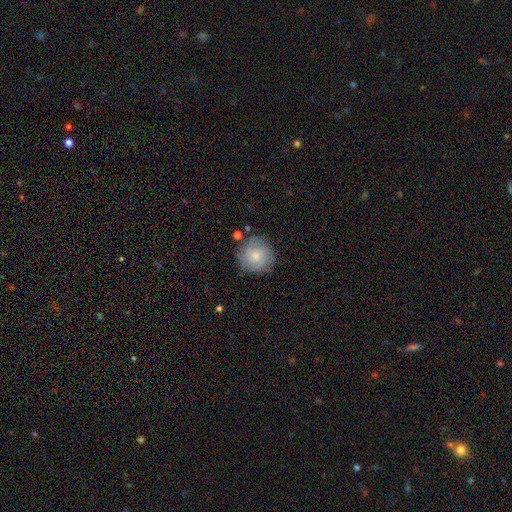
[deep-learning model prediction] A smooth galaxy with no disk features (66%) that is round (93%). Merging: none (79%).